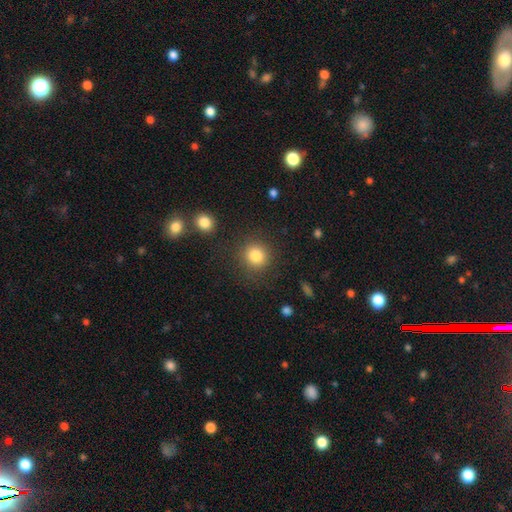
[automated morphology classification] The model was most divided on "smooth or featured": smooth: 84%, star or artifact: 11%, featured or disk: 6%. More confident: how rounded — round (90%); merging — none (86%).